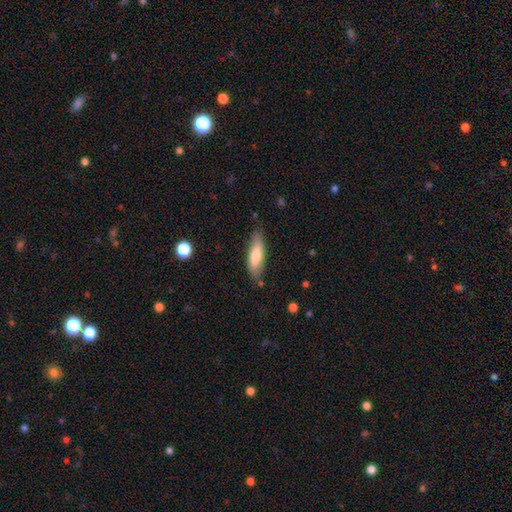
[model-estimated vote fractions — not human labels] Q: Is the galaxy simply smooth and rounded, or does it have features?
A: smooth — 72%.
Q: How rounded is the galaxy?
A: cigar-shaped — 52%.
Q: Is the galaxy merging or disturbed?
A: none — 76%.